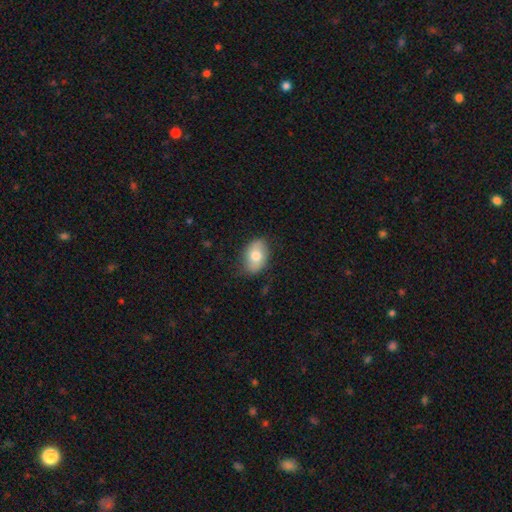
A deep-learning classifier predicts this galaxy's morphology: Smooth or featured? smooth (72%)
How rounded? in between (85%)
Merging? none (78%)